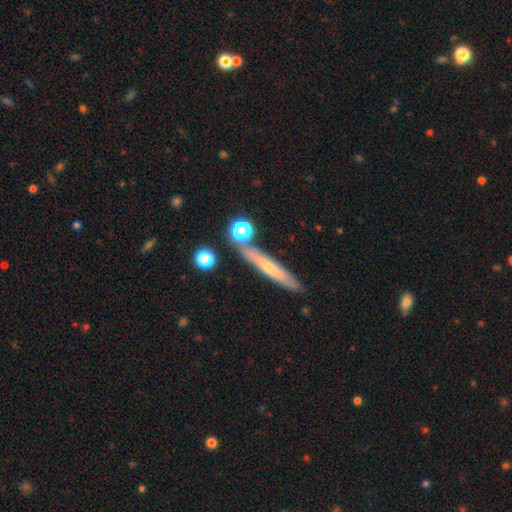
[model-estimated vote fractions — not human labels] This appears to be a featured or disk galaxy (49%). Merging: none (78%).